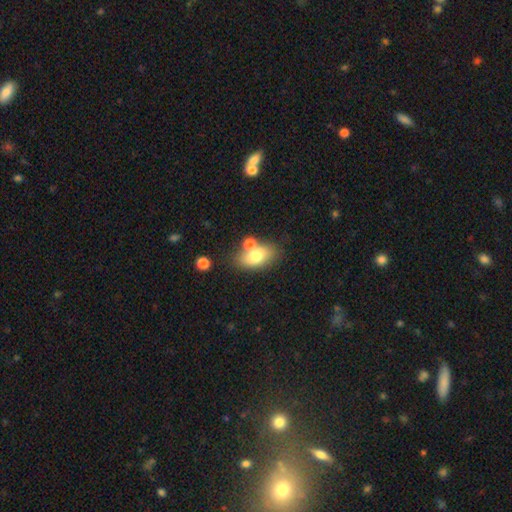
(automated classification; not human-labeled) A smooth galaxy with no disk features (70%) that is in between round and cigar-shaped (84%).

Vote fractions:
- Smooth or featured? smooth: 70% / featured or disk: 20% / star or artifact: 10%
- How rounded? in between: 84% / round: 13% / cigar-shaped: 3%
- Merging? none: 60% / merger: 22% / minor disturbance: 14% / major disturbance: 5%